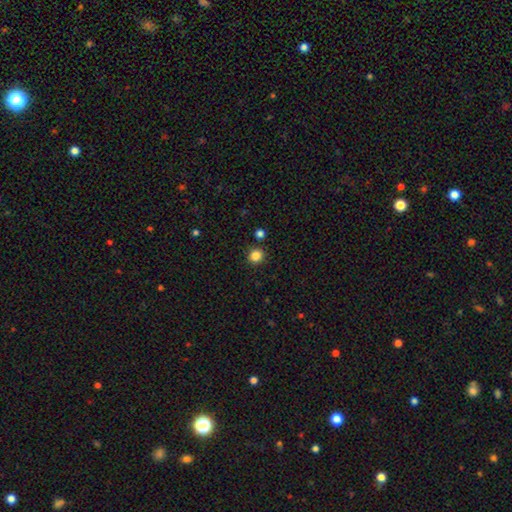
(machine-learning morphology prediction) smooth 85%, star or artifact 12%, featured or disk 4%. Down the decision tree: how rounded — round (91%); merging — none (88%).